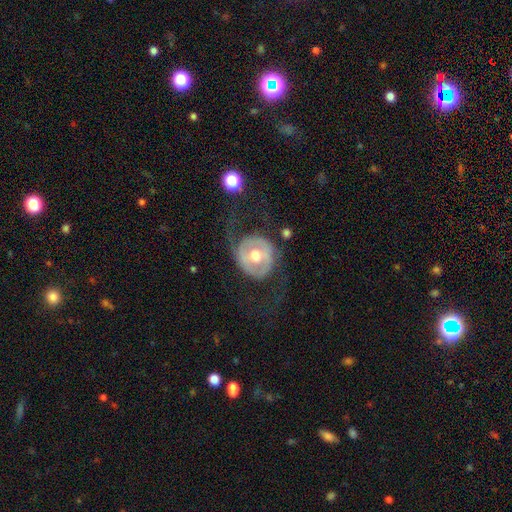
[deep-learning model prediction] Smooth or featured?
  - featured or disk: 64% *
  - smooth: 30%
  - star or artifact: 5%
Edge-on disk?
  - no: 96% *
  - yes: 4%
Bar?
  - no: 51% *
  - weak: 32%
  - strong: 17%
Spiral arms?
  - no: 56% *
  - yes: 44%
Bulge size?
  - moderate: 78% *
  - small: 10%
  - large: 9%
  - dominant: 1%
  - none: 1%
Merging?
  - none: 55% *
  - major disturbance: 24%
  - minor disturbance: 18%
  - merger: 3%